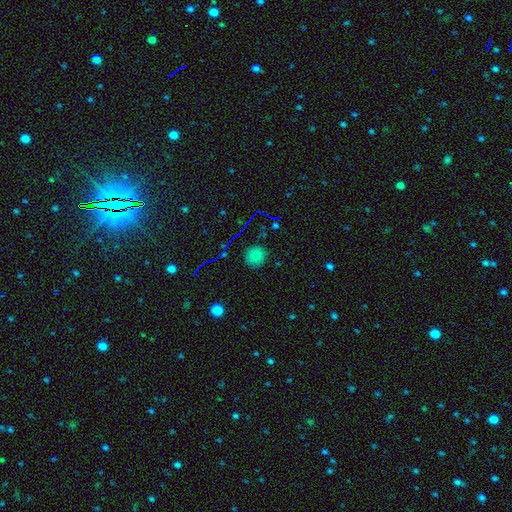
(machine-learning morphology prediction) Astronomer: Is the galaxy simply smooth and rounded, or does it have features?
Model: smooth — 73%.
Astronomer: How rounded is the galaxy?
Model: round — 92%.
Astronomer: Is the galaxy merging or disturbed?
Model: none — 86%.